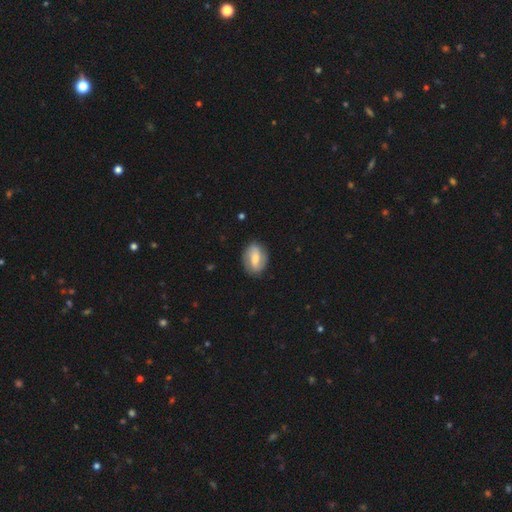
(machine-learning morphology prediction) featured or disk 57%, smooth 37%, star or artifact 6%. Down the decision tree: edge-on disk — no (95%); bar — weak (40%); spiral arms — yes (77%); bulge size — moderate (54%); merging — none (82%).